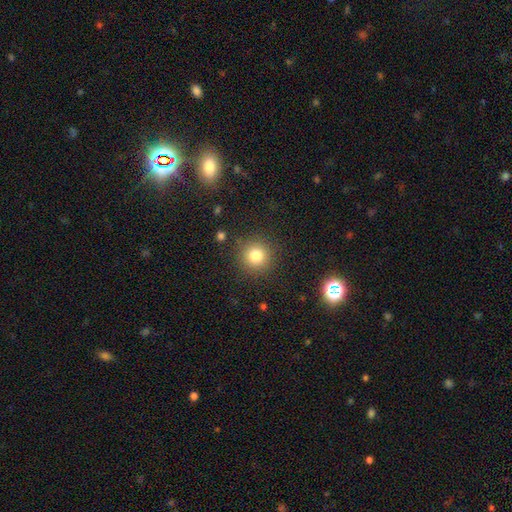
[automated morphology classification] Smooth or featured?
  - smooth: 80% *
  - star or artifact: 13%
  - featured or disk: 7%
How rounded?
  - round: 94% *
  - in between: 5%
  - cigar-shaped: 1%
Merging?
  - none: 88% *
  - minor disturbance: 7%
  - major disturbance: 3%
  - merger: 2%